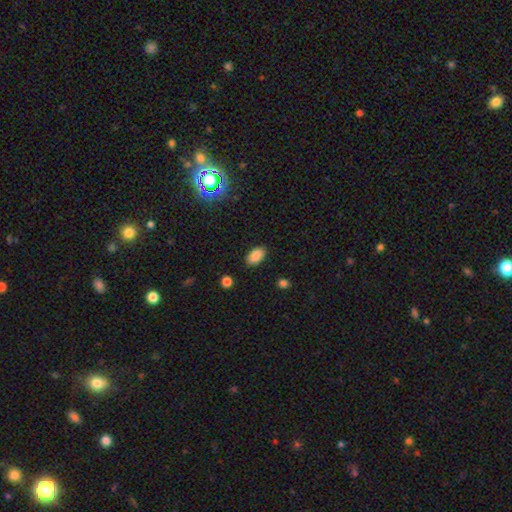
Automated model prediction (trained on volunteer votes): Smooth or featured? Predicted: smooth (p=0.87). How rounded? Predicted: in between (p=0.93). Merging? Predicted: none (p=0.87).